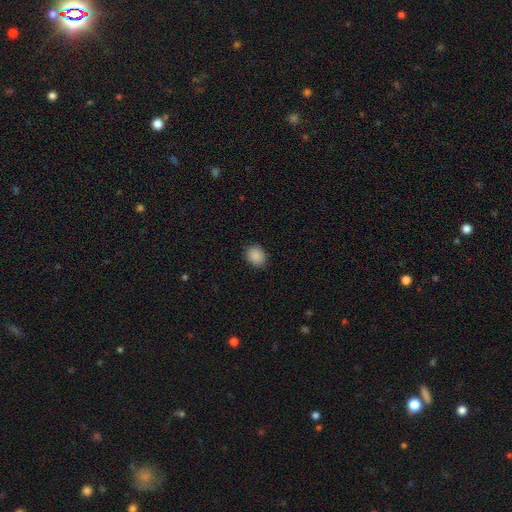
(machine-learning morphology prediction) The model was most divided on "how rounded": round: 60%, in between: 39%, cigar-shaped: 1%. More confident: smooth or featured — smooth (88%); merging — none (88%).